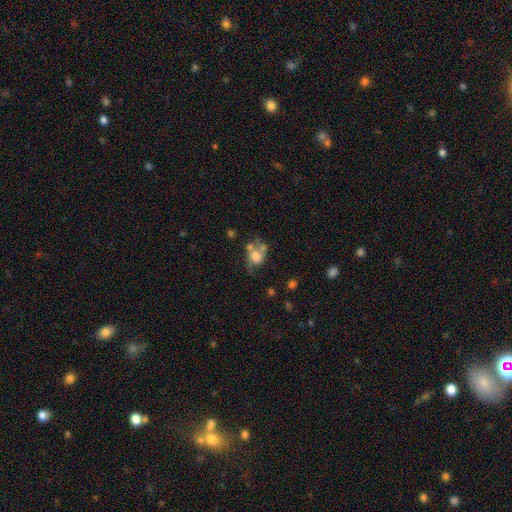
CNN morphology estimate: The model was most divided on "how rounded": in between: 50%, round: 48%, cigar-shaped: 2%. Remaining: smooth or featured — smooth (52%); merging — none (32%).